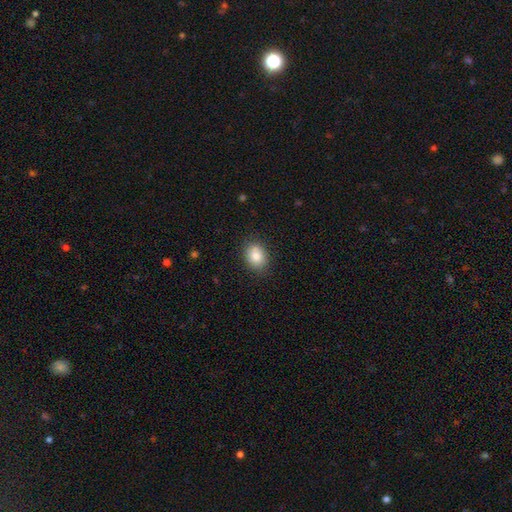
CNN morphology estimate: This is clearly a smooth galaxy (84%). How rounded: possibly in between (57%). Merging: likely none (78%).